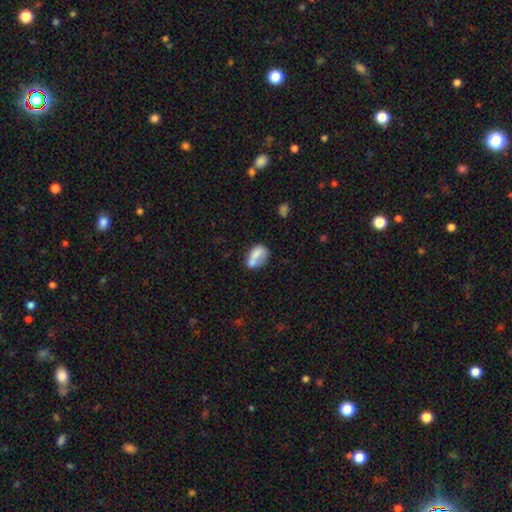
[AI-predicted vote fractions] Morphology: type=smooth (67%); roundness=in between (75%); merging=merger (47%).